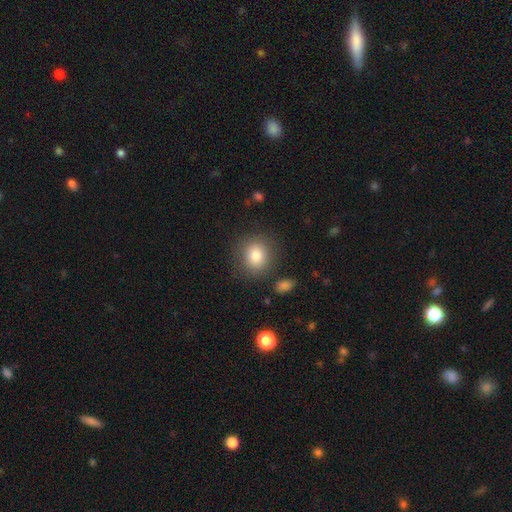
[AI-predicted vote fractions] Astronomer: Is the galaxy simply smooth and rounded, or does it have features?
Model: smooth — 82%.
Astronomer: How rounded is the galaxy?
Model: round — 80%.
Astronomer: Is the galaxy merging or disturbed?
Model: none — 83%.